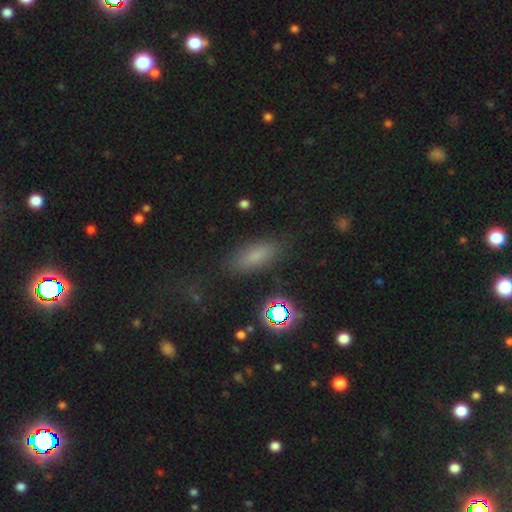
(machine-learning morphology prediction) A smooth galaxy with no disk features (71%) that is in between round and cigar-shaped (74%). Merging: none (81%).